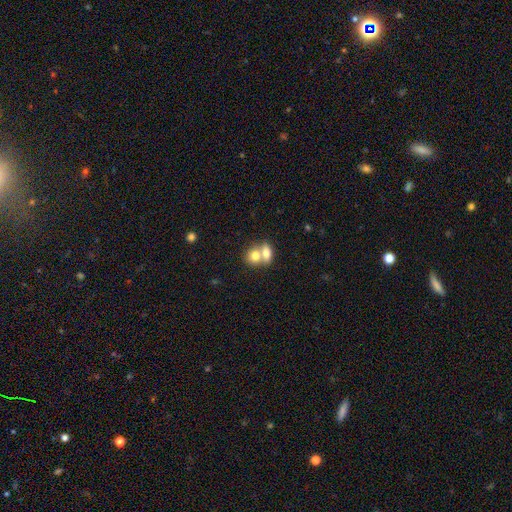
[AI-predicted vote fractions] smooth 74%, featured or disk 18%, star or artifact 8%. Down the decision tree: how rounded — round (49%, tied with in between); merging — merger (70%).